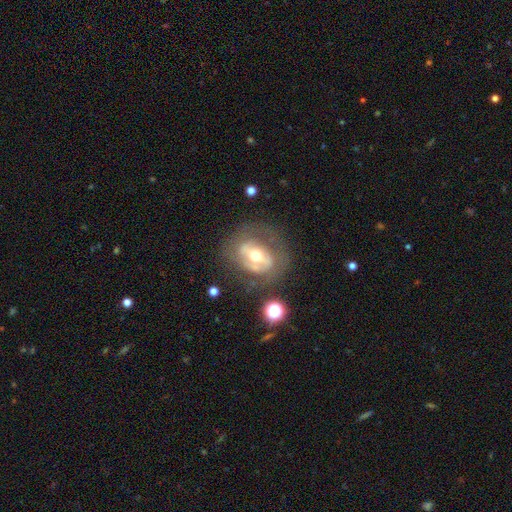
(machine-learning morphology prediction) A featured or disk galaxy (65%) with a strong bar (34%, tied with no), no spiral arms (58%) and a moderate central bulge (69%). Merging: none (62%).